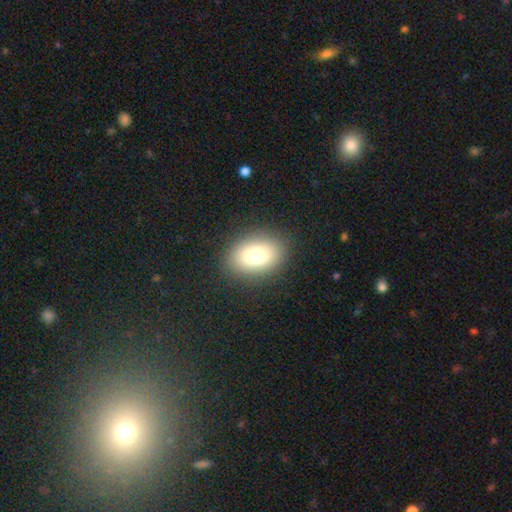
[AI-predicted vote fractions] Smooth or featured? smooth (78%)
How rounded? in between (73%)
Merging? none (87%)